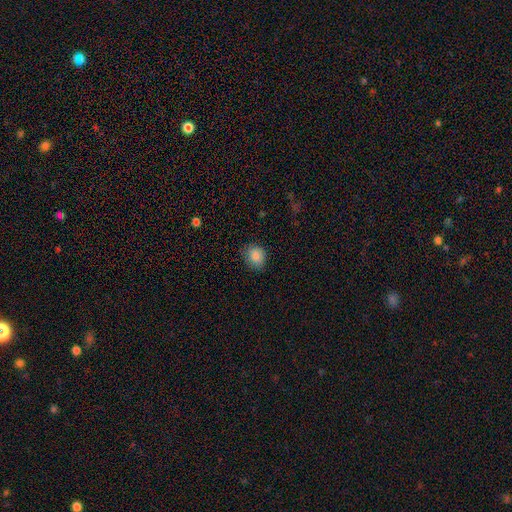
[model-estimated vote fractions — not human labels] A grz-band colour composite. It shows a smooth galaxy with no disk features (86%) that is round (58%). Merging: none (77%).